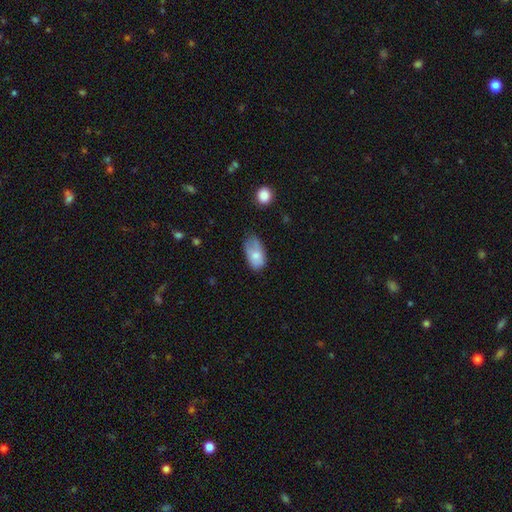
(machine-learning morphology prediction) This appears to be a smooth galaxy with no disk features (74%) that is in between round and cigar-shaped (91%). Merging: minor disturbance (41%).